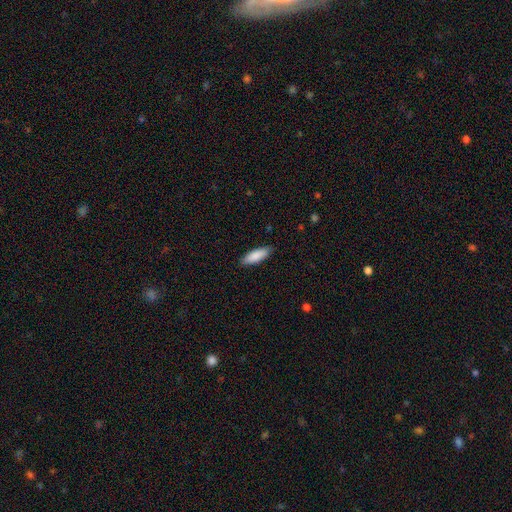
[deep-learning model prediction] Q: Smooth or featured?
A: smooth (87%); runner-up: featured or disk (8%)
Q: How rounded?
A: in between (62%); runner-up: cigar-shaped (37%)
Q: Merging?
A: none (87%); runner-up: minor disturbance (10%)